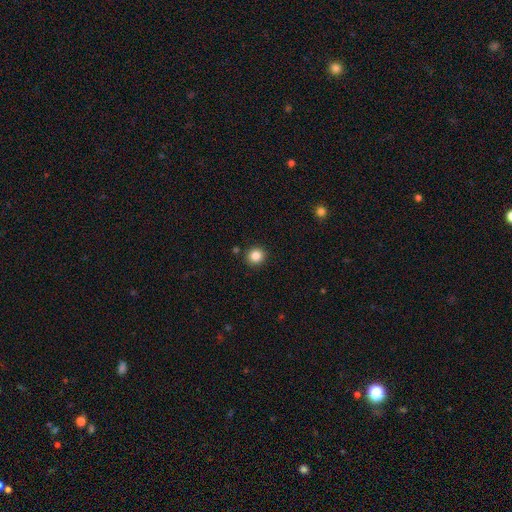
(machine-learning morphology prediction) Q: Smooth or featured?
A: smooth (85%); runner-up: star or artifact (10%)
Q: How rounded?
A: round (91%); runner-up: in between (8%)
Q: Merging?
A: none (90%); runner-up: minor disturbance (6%)